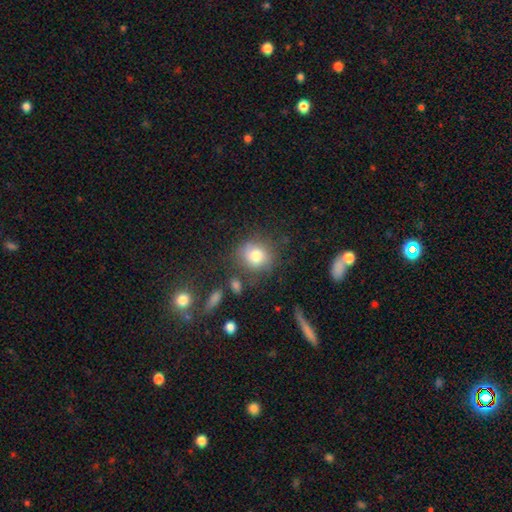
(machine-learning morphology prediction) This is likely a smooth galaxy (79%). How rounded: clearly round (82%). Merging: likely none (73%).